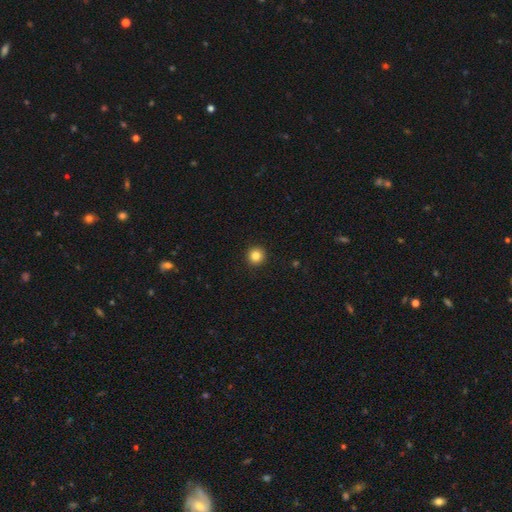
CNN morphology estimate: Overall: smooth (84%). How rounded: round (95%). Merging: none (94%).